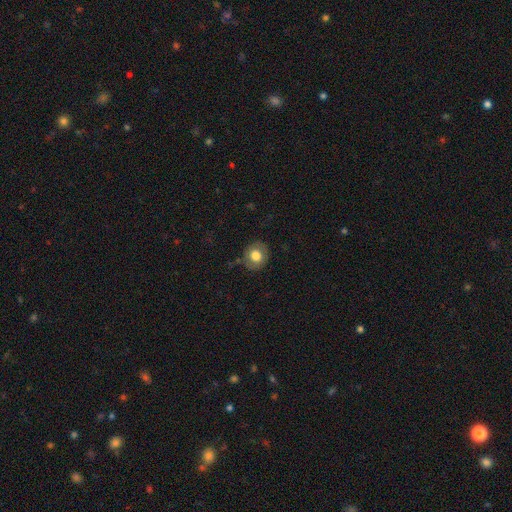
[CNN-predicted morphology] Smooth or featured?
  - smooth: 74% *
  - featured or disk: 17%
  - star or artifact: 9%
How rounded?
  - round: 77% *
  - in between: 22%
  - cigar-shaped: 1%
Merging?
  - none: 82% *
  - minor disturbance: 13%
  - major disturbance: 4%
  - merger: 1%